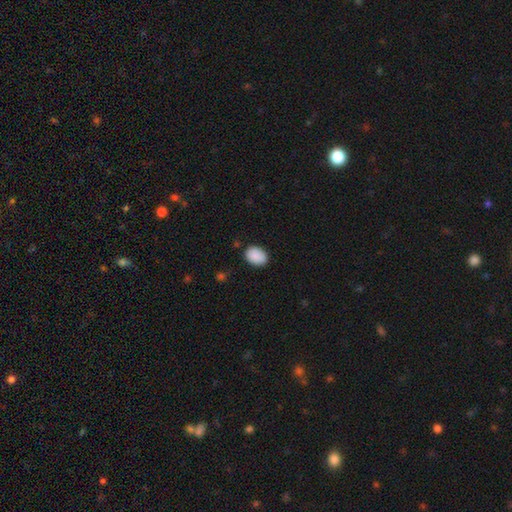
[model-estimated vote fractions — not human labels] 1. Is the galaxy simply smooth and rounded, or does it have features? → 90% smooth, 7% star or artifact, 3% featured or disk.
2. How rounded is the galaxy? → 73% in between, 26% round, 1% cigar-shaped.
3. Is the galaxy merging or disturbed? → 85% none, 12% minor disturbance, 2% major disturbance, 1% merger.